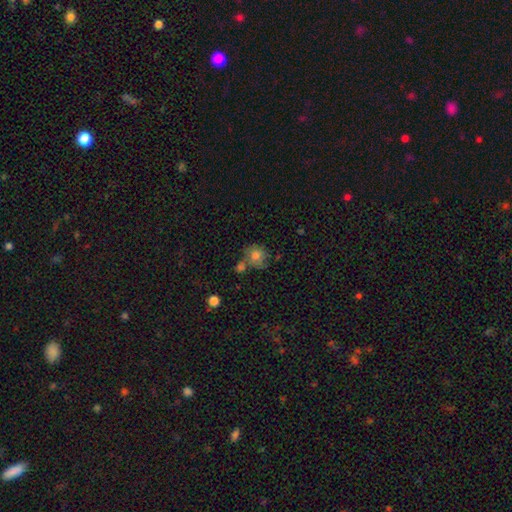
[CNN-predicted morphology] type=smooth (78%); roundness=round (78%); merging=none (49%).